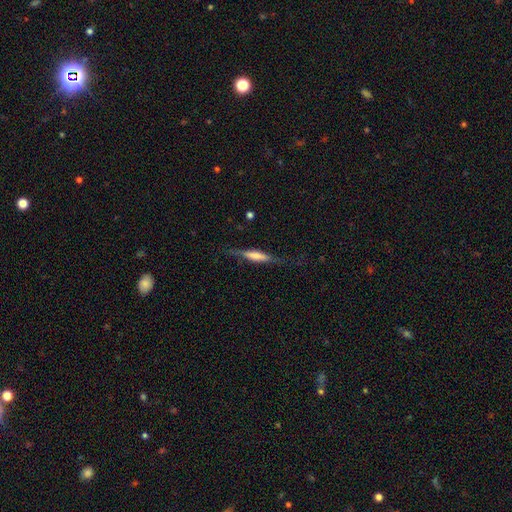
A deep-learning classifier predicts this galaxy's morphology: Overall: featured or disk (52%; smooth 42%). Edge-on disk: yes (88%). Merging: none (65%).